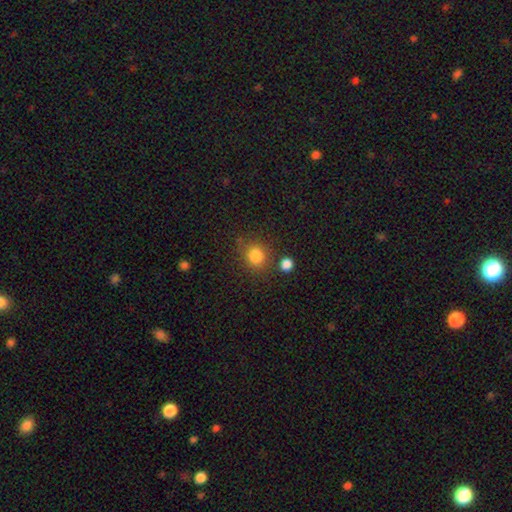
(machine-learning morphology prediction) Smooth or featured: smooth — 84% (star or artifact — 11%)
How rounded: round — 81% (in between — 18%)
Merging: none — 77% (minor disturbance — 12%)